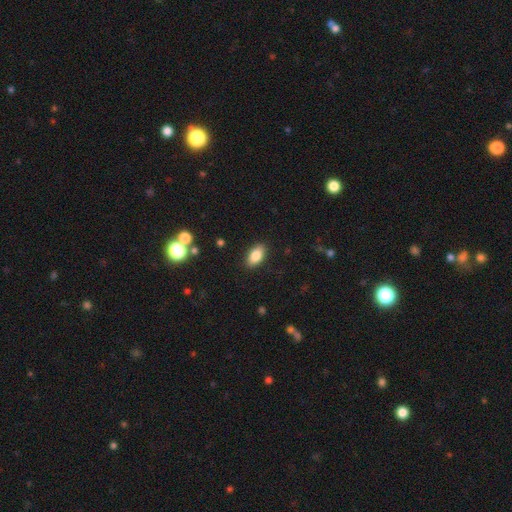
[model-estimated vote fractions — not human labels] A smooth galaxy with no disk features (83%) that is in between round and cigar-shaped (91%). Merging: none (88%).